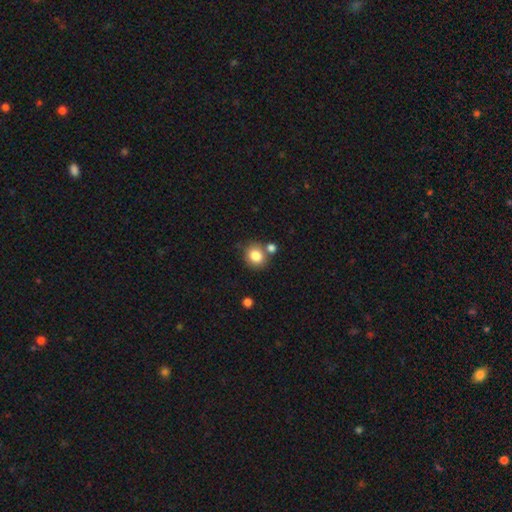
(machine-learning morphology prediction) smooth 82%, star or artifact 10%, featured or disk 8%. Down the decision tree: how rounded — round (78%); merging — none (66%).